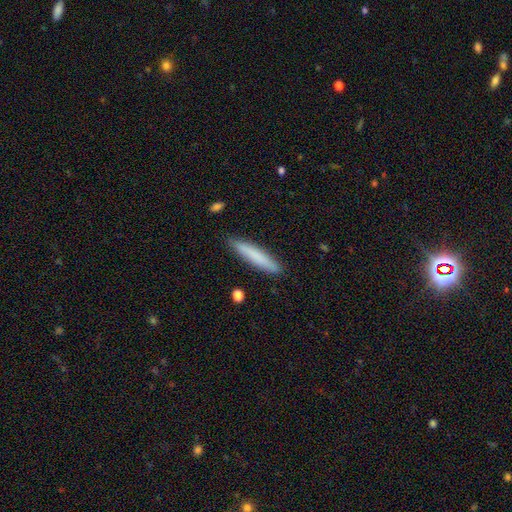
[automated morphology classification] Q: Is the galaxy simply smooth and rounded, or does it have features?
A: smooth — 79%.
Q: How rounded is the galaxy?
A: cigar-shaped — 92%.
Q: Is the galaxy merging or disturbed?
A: none — 88%.